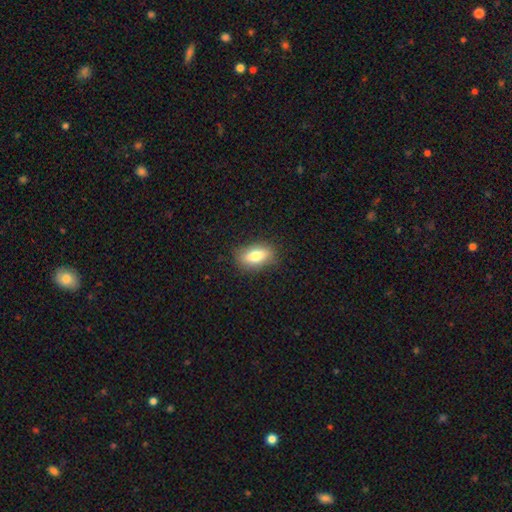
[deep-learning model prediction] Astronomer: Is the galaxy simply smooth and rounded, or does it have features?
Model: smooth — 77%.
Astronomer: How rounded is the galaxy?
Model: in between — 84%.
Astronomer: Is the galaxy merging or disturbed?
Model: none — 83%.